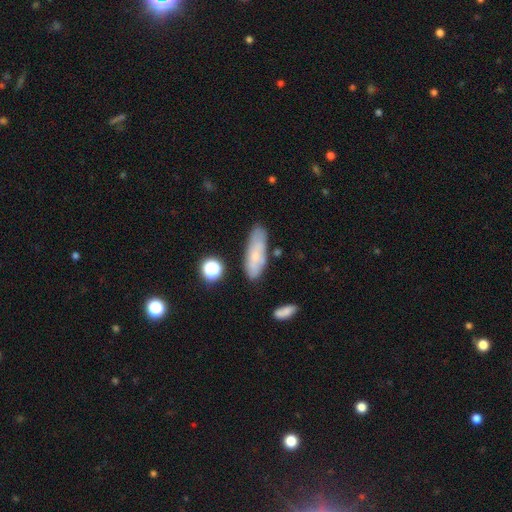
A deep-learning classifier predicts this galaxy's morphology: smooth 62%, featured or disk 29%, star or artifact 8%. Down the decision tree: how rounded — in between (56%); merging — none (70%).